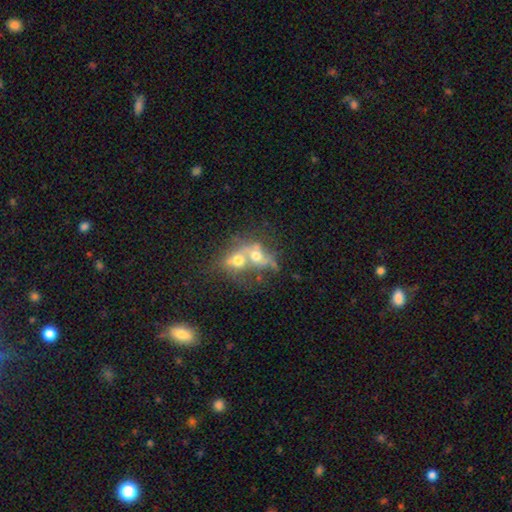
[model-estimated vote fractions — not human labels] Smooth or featured: smooth — 44% (featured or disk — 37%)
Merging: merger — 69% (none — 20%)